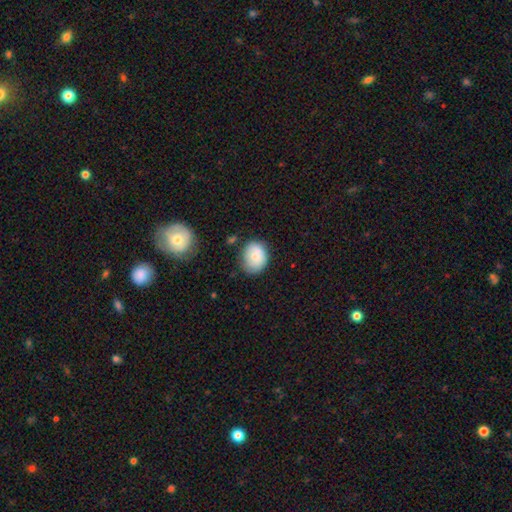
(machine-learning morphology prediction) type=smooth (76%); roundness=in between (50%); merging=none (68%).